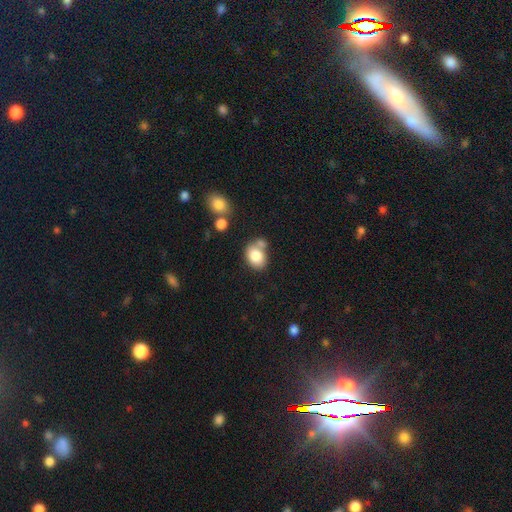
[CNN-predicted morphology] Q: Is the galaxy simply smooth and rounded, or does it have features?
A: smooth — 81%.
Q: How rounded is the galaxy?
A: in between — 66%.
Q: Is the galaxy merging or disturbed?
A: none — 48%.